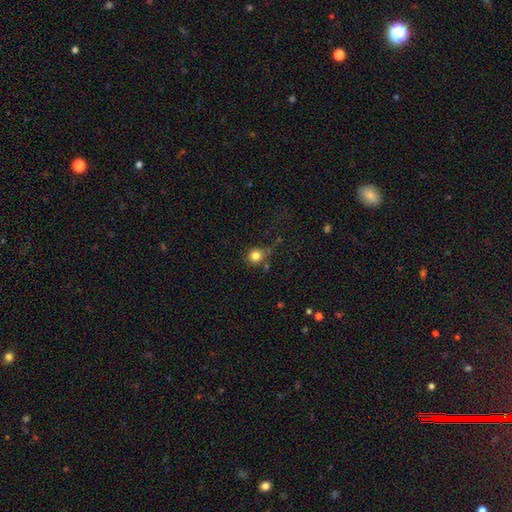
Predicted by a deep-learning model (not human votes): smooth 82%, star or artifact 12%, featured or disk 6%. Down the decision tree: how rounded — round (87%); merging — none (66%).